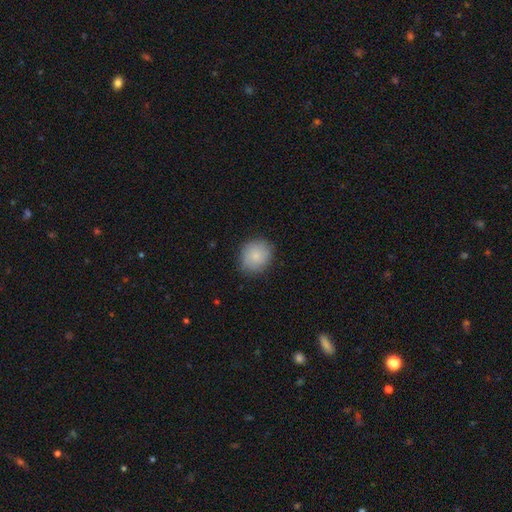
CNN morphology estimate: Q: Smooth or featured?
A: smooth (85%); runner-up: featured or disk (8%)
Q: How rounded?
A: round (78%); runner-up: in between (21%)
Q: Merging?
A: none (83%); runner-up: minor disturbance (13%)